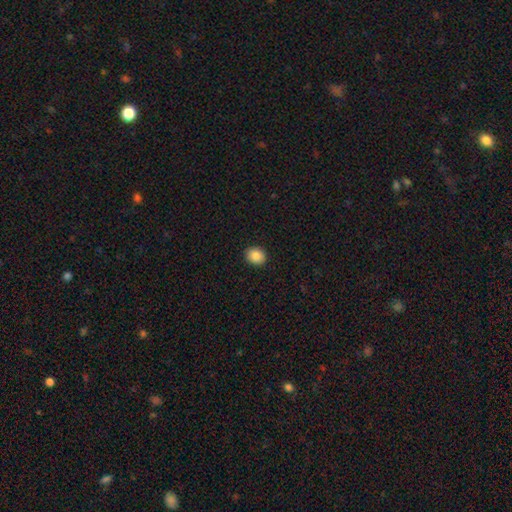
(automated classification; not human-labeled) Smooth or featured? smooth (86%)
How rounded? round (63%)
Merging? none (92%)